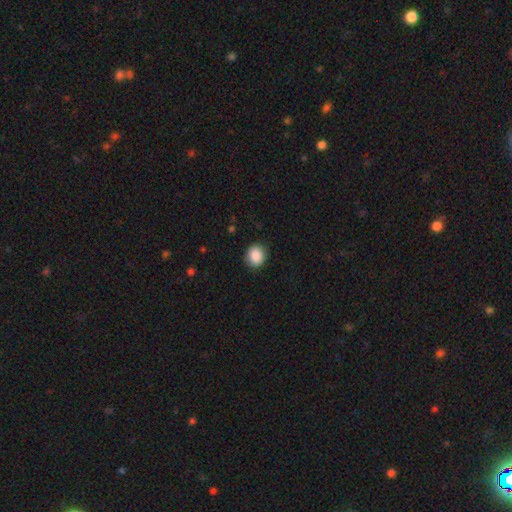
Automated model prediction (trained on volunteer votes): Q: Smooth or featured?
A: smooth (88%); runner-up: star or artifact (8%)
Q: How rounded?
A: round (75%); runner-up: in between (24%)
Q: Merging?
A: none (89%); runner-up: minor disturbance (8%)